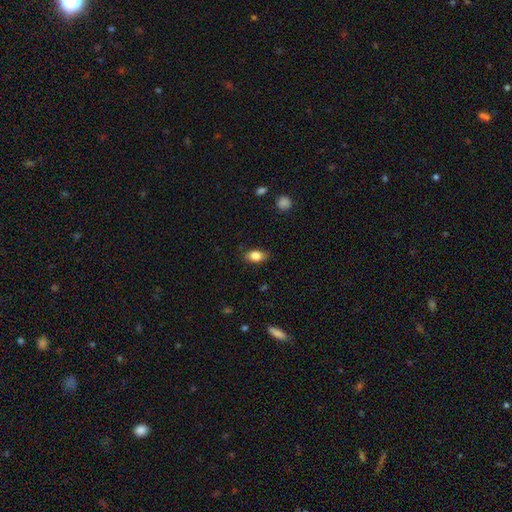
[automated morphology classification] smooth_or_featured: smooth (p=0.84) [alt: featured or disk p=0.08]
how_rounded: in between (p=0.86) [alt: round p=0.11]
merging: none (p=0.81) [alt: minor disturbance p=0.15]